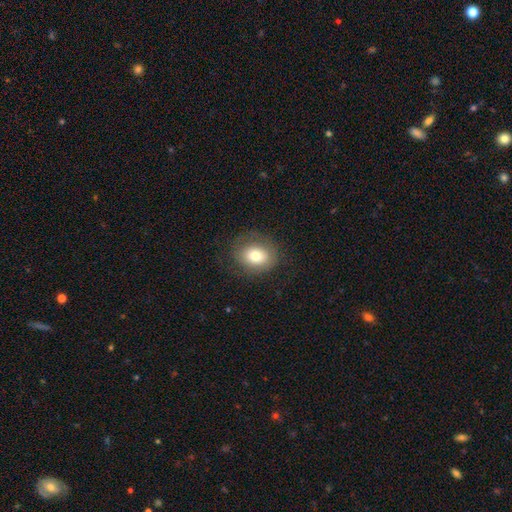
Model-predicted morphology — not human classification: smooth 74%, featured or disk 16%, star or artifact 10%. Down the decision tree: how rounded — round (53%); merging — none (79%).